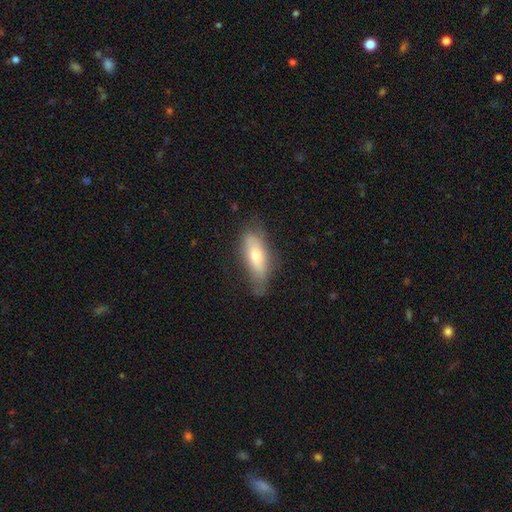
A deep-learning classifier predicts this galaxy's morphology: The model was most divided on "how rounded": in between: 57%, cigar-shaped: 41%, round: 2%. More confident: merging — none (63%); smooth or featured — smooth (61%).